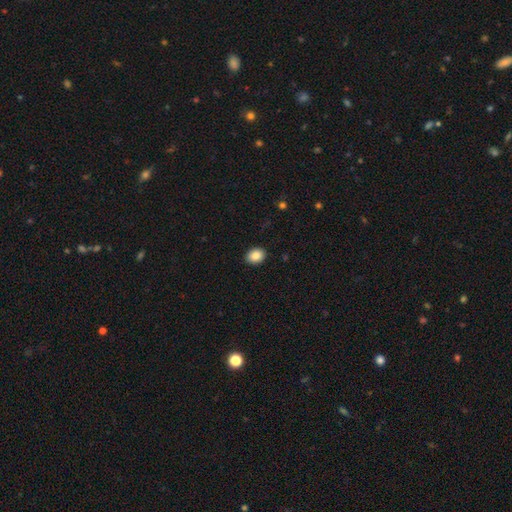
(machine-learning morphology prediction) A smooth galaxy with no disk features (88%) that is in between round and cigar-shaped (57%). Merging: none (90%).